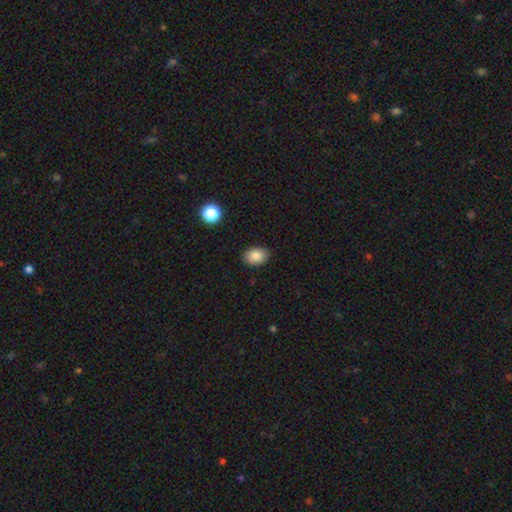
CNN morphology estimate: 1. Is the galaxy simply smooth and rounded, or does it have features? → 84% smooth, 9% star or artifact, 7% featured or disk.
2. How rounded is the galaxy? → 78% in between, 21% round, 1% cigar-shaped.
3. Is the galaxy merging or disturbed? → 86% none, 10% minor disturbance, 2% major disturbance, 1% merger.